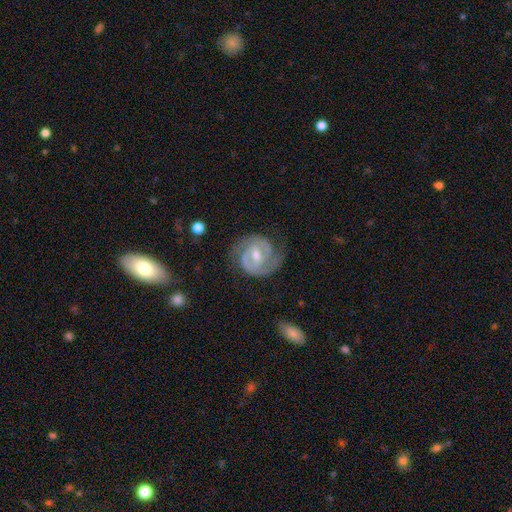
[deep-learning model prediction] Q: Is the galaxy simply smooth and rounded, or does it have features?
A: featured or disk — 87%.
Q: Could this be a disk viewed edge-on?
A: no — 98%.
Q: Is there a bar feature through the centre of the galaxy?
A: weak — 54%.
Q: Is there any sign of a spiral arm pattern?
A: yes — 96%.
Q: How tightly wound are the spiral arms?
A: tight — 51%.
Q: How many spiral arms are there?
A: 2 — 82%.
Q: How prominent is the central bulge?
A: moderate — 56%.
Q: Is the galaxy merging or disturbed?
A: none — 70%.